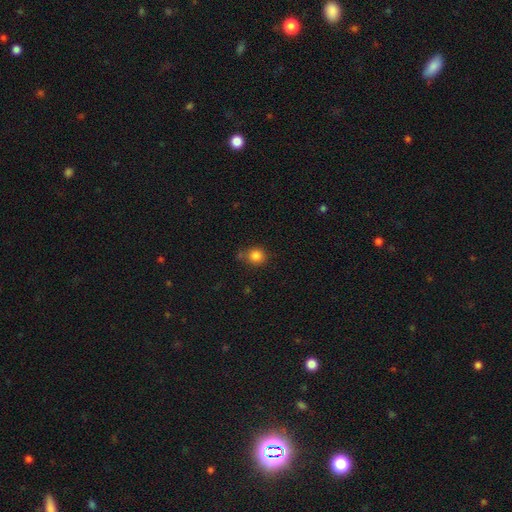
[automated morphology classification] smooth-or-featured: smooth: 84% | star or artifact: 11% | featured or disk: 5%
  how-rounded: round: 83% | in between: 16% | cigar-shaped: 1%
  merging: none: 71% | minor disturbance: 16% | merger: 9% | major disturbance: 4%